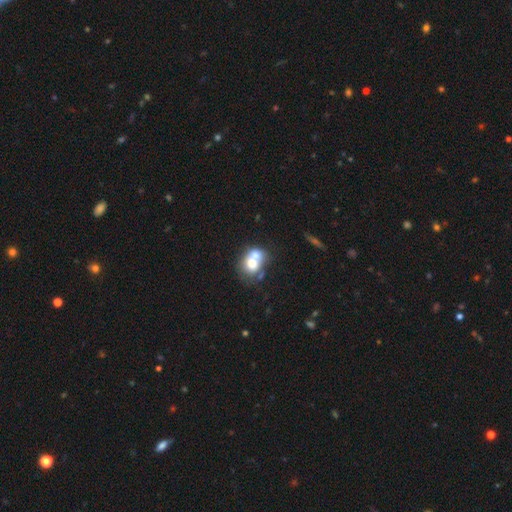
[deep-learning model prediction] smooth-or-featured: smooth: 64% | featured or disk: 27% | star or artifact: 10%
  how-rounded: round: 62% | in between: 37% | cigar-shaped: 1%
  merging: merger: 68% | none: 21% | minor disturbance: 6% | major disturbance: 4%